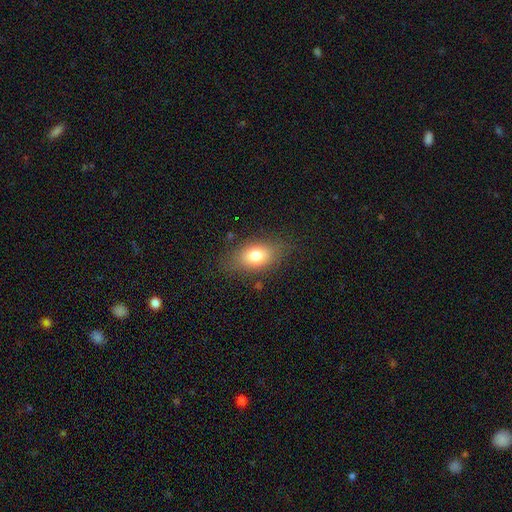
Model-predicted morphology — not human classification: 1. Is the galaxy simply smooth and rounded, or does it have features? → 76% smooth, 14% featured or disk, 10% star or artifact.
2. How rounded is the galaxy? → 81% in between, 15% round, 4% cigar-shaped.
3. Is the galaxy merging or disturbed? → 78% none, 15% minor disturbance, 5% major disturbance, 1% merger.